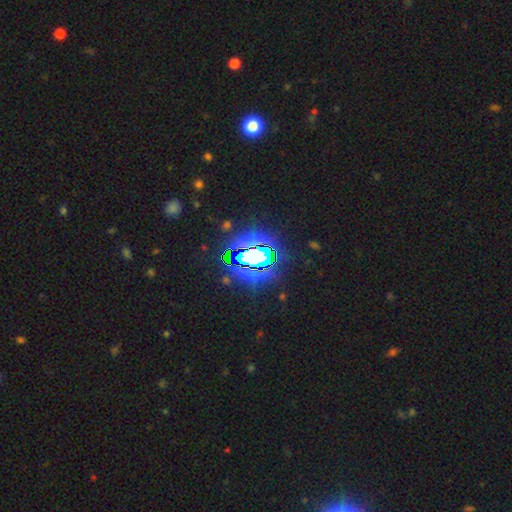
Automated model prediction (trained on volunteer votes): Smooth or featured? Predicted: star or artifact (p=0.75).